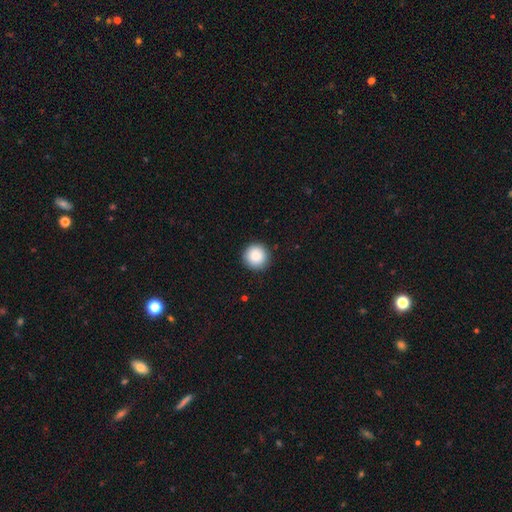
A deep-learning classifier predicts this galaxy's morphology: smooth_or_featured: smooth (p=0.89) [alt: star or artifact p=0.08]
how_rounded: round (p=0.95) [alt: in between p=0.04]
merging: none (p=0.91) [alt: minor disturbance p=0.06]